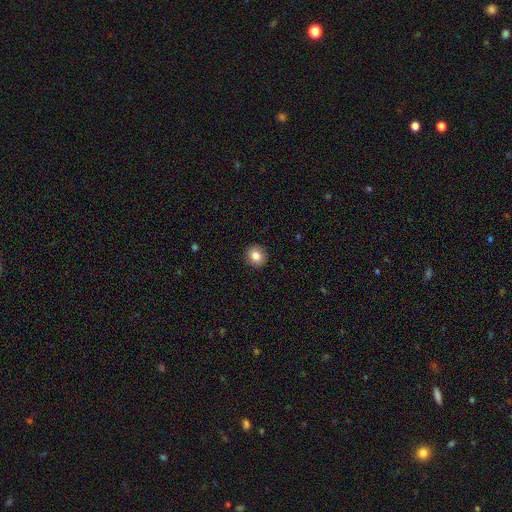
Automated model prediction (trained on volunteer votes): A smooth galaxy with no disk features (84%) that is round (83%).

Vote fractions:
- Smooth or featured? smooth: 84% / star or artifact: 9% / featured or disk: 7%
- How rounded? round: 83% / in between: 16% / cigar-shaped: 1%
- Merging? none: 91% / minor disturbance: 6% / major disturbance: 2% / merger: 1%